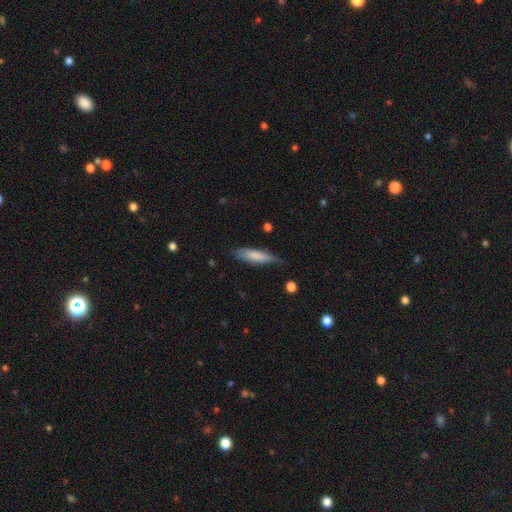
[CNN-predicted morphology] Overall: smooth (76%). How rounded: cigar-shaped (69%; in between 29%). Merging: none (61%; minor disturbance 31%).